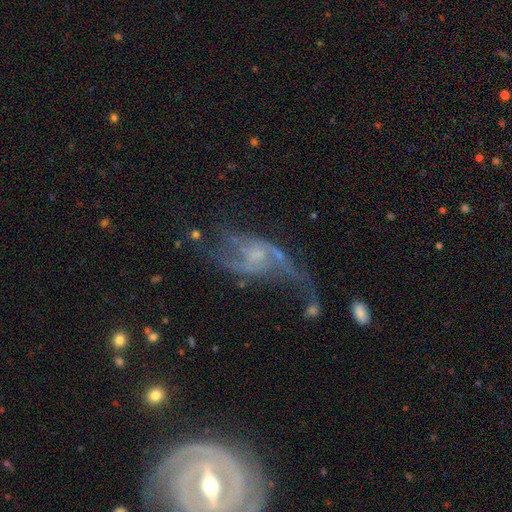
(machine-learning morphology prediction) A featured or disk galaxy (79%) with no bar (57%), 2 (74%) loose (69%) spiral arms (82%) and a small central bulge (48%). Merging: major disturbance (36%).